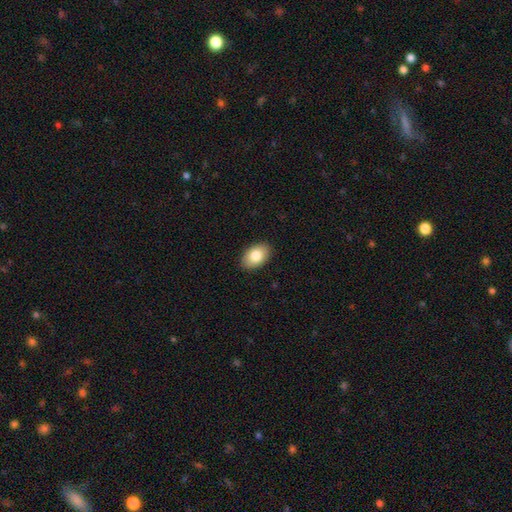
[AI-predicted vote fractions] Smooth or featured: smooth — 83% (featured or disk — 10%)
How rounded: in between — 88% (round — 11%)
Merging: none — 89% (minor disturbance — 8%)